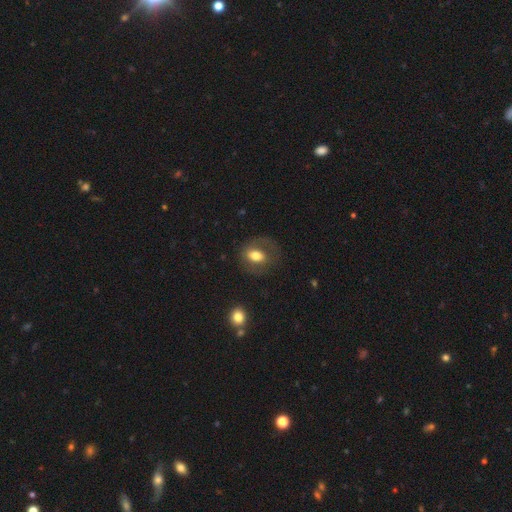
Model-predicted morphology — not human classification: Smooth or featured: smooth — 62% (featured or disk — 30%)
How rounded: in between — 62% (round — 36%)
Merging: none — 66% (minor disturbance — 18%)